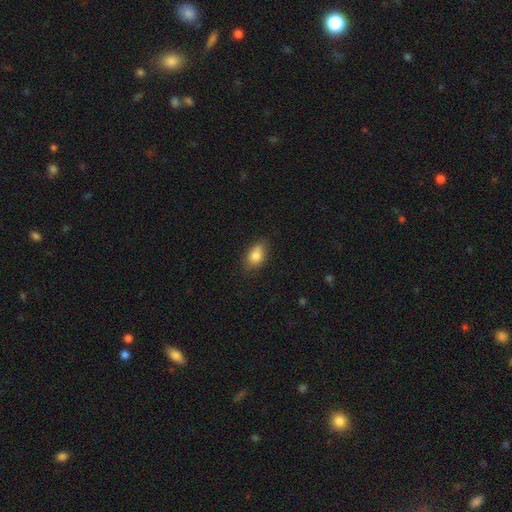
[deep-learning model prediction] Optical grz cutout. It shows a smooth galaxy with no disk features (80%) that is in between round and cigar-shaped (81%). Merging: none (71%).